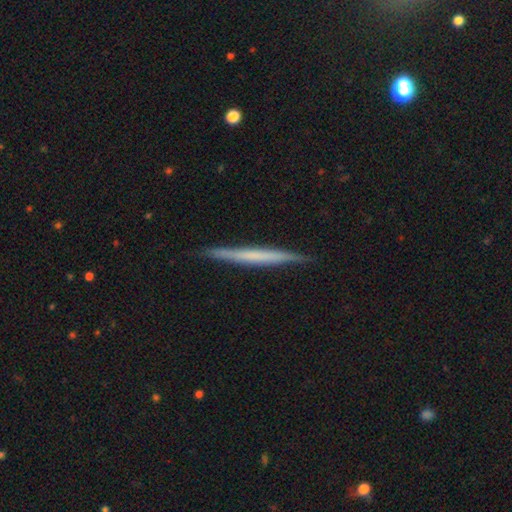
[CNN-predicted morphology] This is possibly a featured or disk galaxy (53%). It is clearly viewed edge-on (97%). Edge-on bulge: clearly none (84%). Merging: clearly none (89%).